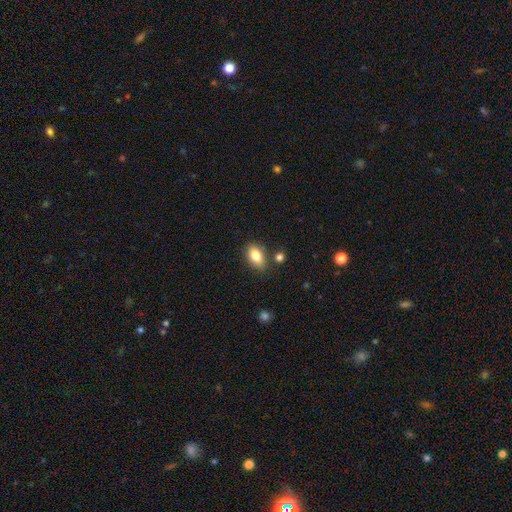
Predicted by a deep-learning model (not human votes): This appears to be a smooth galaxy with no disk features (83%) that is in between round and cigar-shaped (88%). Merging: none (75%).